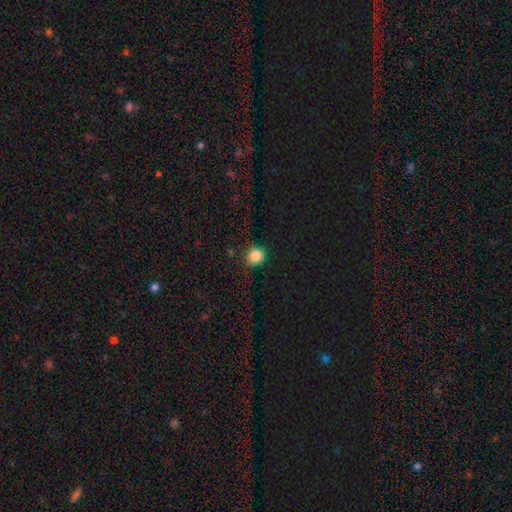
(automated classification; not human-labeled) A smooth galaxy with no disk features (82%) that is round (82%).

Vote fractions:
- Smooth or featured? smooth: 82% / star or artifact: 14% / featured or disk: 4%
- How rounded? round: 82% / in between: 17% / cigar-shaped: 1%
- Merging? none: 84% / minor disturbance: 12% / major disturbance: 3% / merger: 2%